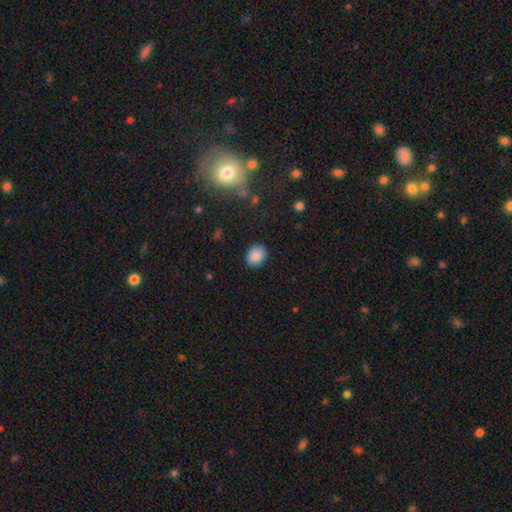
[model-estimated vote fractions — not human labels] smooth_or_featured: smooth (p=0.88) [alt: star or artifact p=0.09]
how_rounded: round (p=0.54) [alt: in between p=0.45]
merging: none (p=0.87) [alt: minor disturbance p=0.09]